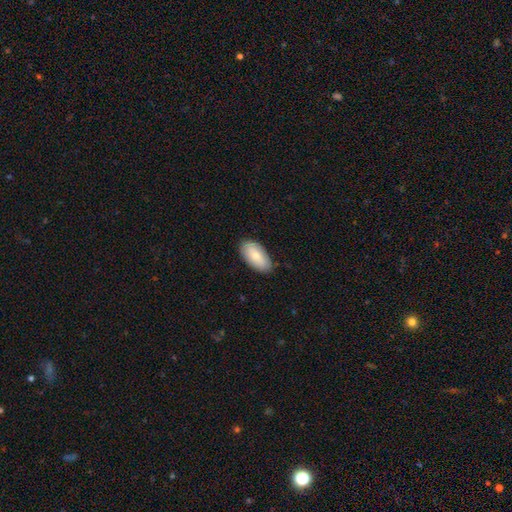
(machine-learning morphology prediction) smooth-or-featured: smooth: 78% | featured or disk: 17% | star or artifact: 6%
  how-rounded: in between: 94% | cigar-shaped: 4% | round: 2%
  merging: none: 84% | minor disturbance: 13% | major disturbance: 2% | merger: 1%